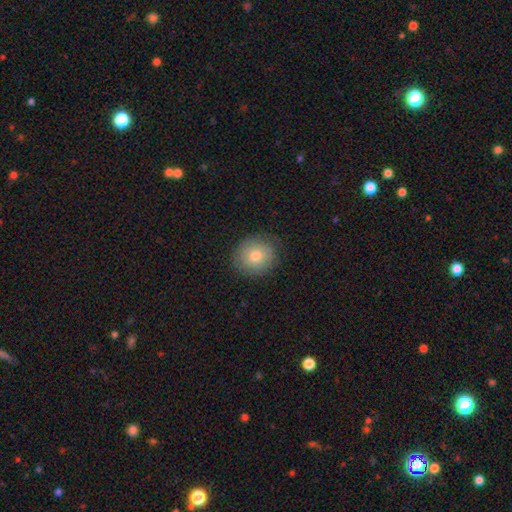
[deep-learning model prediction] Q: Smooth or featured?
A: smooth (74%); runner-up: featured or disk (16%)
Q: How rounded?
A: round (86%); runner-up: in between (13%)
Q: Merging?
A: none (85%); runner-up: minor disturbance (11%)